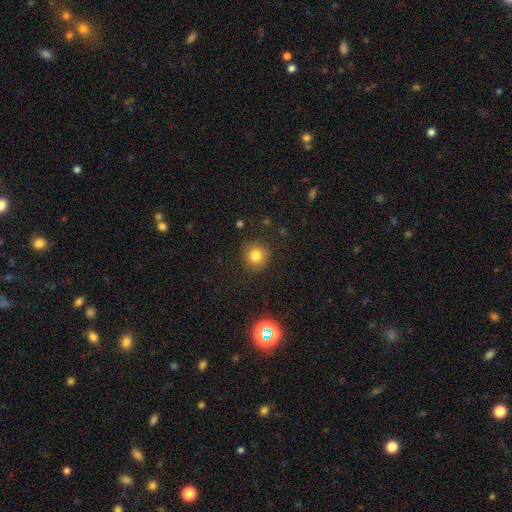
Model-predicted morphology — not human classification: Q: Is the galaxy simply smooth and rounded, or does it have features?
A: smooth — 80%.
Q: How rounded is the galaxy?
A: round — 90%.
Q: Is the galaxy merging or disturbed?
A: none — 87%.